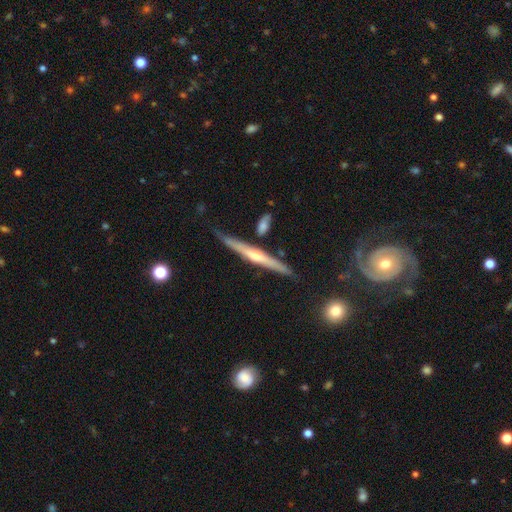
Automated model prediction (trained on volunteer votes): Smooth or featured? featured or disk (72%)
Edge-on disk? yes (96%)
Edge-on bulge? rounded (63%)
Merging? none (80%)